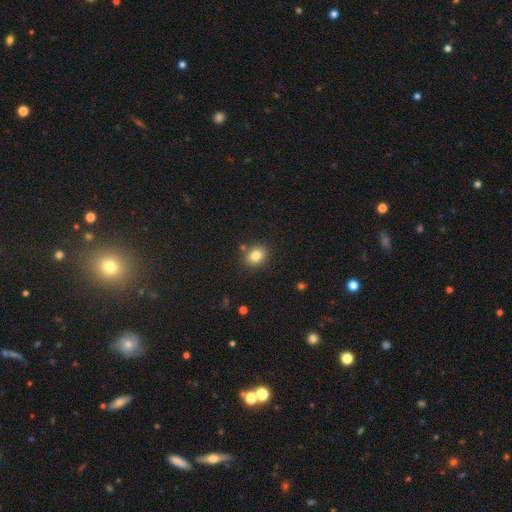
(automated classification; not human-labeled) This appears to be a smooth galaxy with no disk features (82%) that is round (51%). Merging: none (84%).